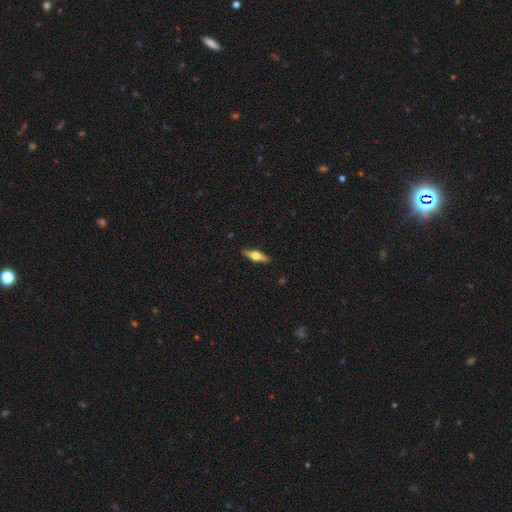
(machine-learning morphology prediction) Smooth or featured? featured or disk (56%)
Edge-on disk? yes (94%)
Edge-on bulge? rounded (95%)
Merging? none (90%)